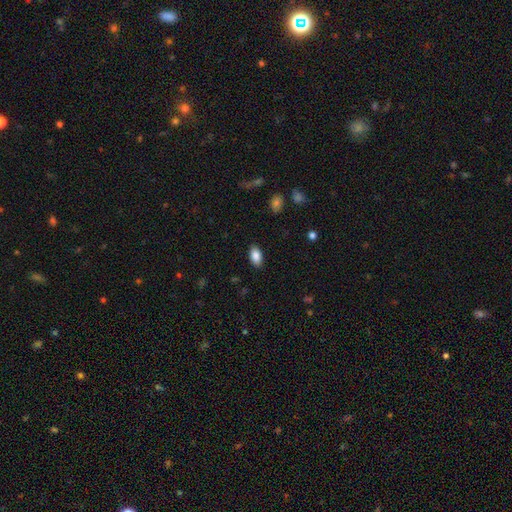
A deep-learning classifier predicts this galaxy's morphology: A smooth galaxy with no disk features (87%) that is in between round and cigar-shaped (93%). Merging: none (88%).